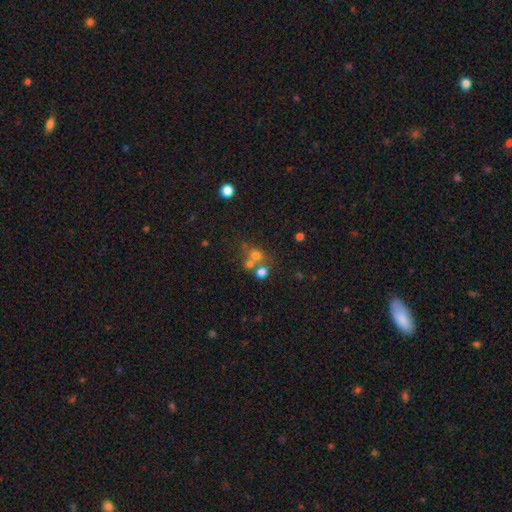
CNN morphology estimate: Q: Smooth or featured?
A: smooth (63%); runner-up: star or artifact (21%)
Q: How rounded?
A: round (76%); runner-up: in between (23%)
Q: Merging?
A: none (43%); runner-up: merger (42%)